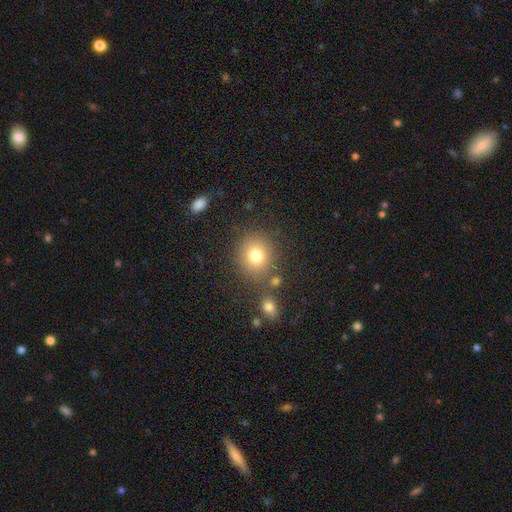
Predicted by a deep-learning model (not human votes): This is likely a smooth galaxy (78%). How rounded: likely round (77%). Merging: likely none (77%).